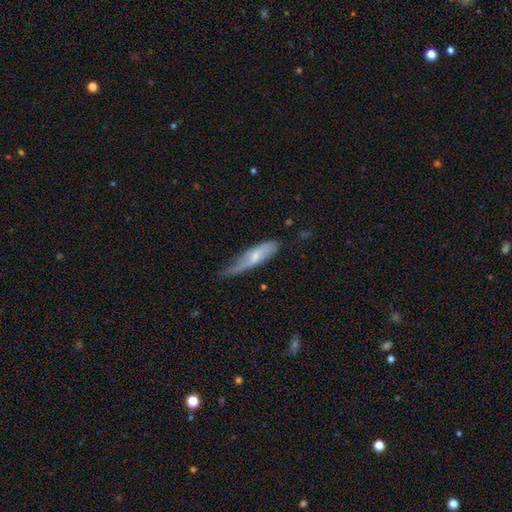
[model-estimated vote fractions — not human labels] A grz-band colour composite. It shows a smooth galaxy with no disk features (52%) that is cigar-shaped (62%). Merging: minor disturbance (42%).